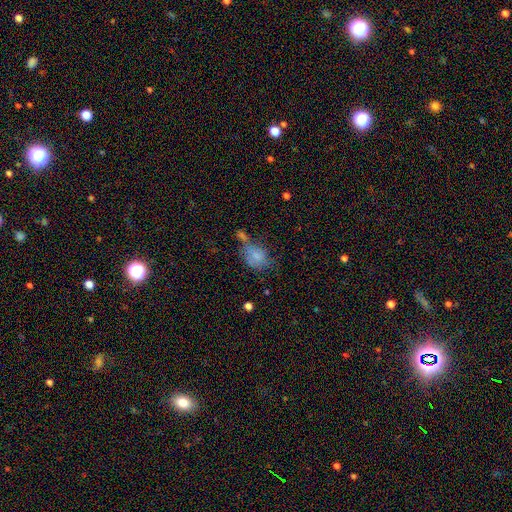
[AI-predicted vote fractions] Smooth or featured: smooth — 71% (featured or disk — 18%)
How rounded: in between — 62% (round — 36%)
Merging: none — 31% (merger — 27%)